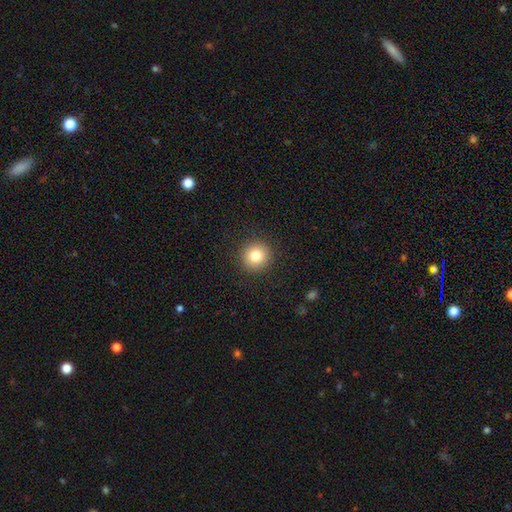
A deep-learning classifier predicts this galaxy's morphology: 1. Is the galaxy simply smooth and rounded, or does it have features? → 80% smooth, 11% star or artifact, 9% featured or disk.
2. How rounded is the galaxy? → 95% round, 4% in between, 1% cigar-shaped.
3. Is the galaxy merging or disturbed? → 91% none, 6% minor disturbance, 2% major disturbance, 1% merger.